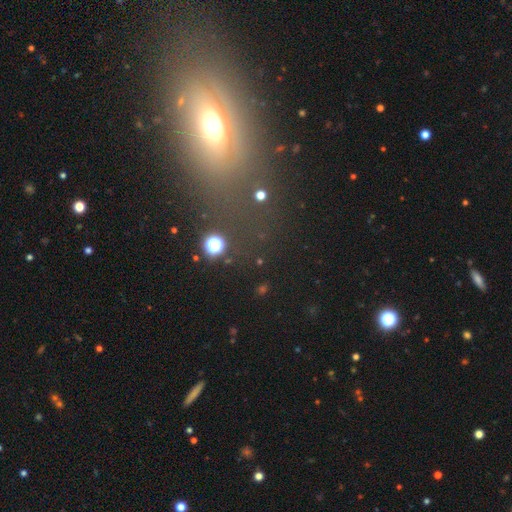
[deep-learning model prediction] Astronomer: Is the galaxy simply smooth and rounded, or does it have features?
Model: smooth — 39% (runner-up: star or artifact, 37%).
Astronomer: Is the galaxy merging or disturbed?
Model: none — 73%.